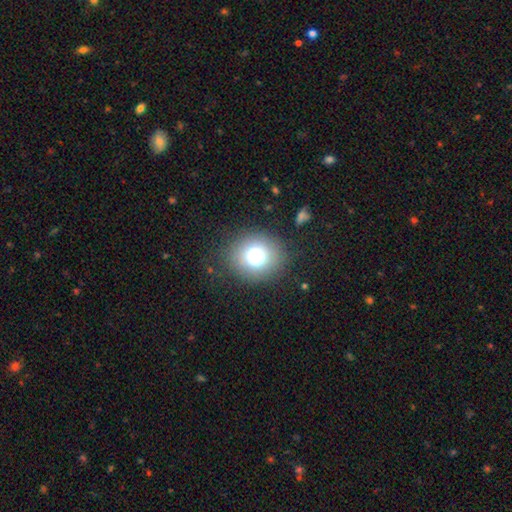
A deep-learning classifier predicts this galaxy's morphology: The model was most divided on "how rounded": round: 79%, in between: 20%, cigar-shaped: 1%. More confident: merging — none (83%); smooth or featured — smooth (76%).